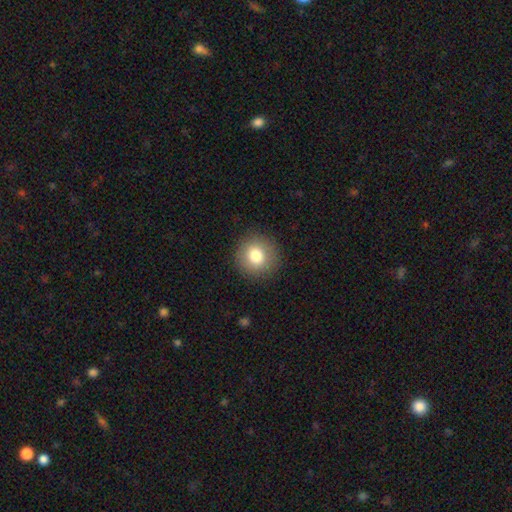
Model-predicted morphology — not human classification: This is clearly a smooth galaxy (80%). How rounded: clearly round (93%). Merging: clearly none (90%).